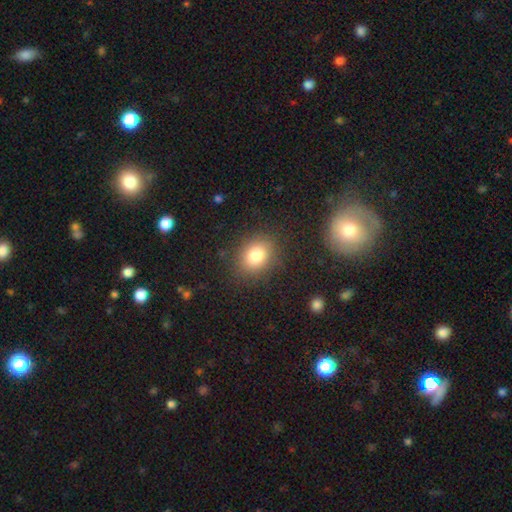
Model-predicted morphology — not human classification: smooth 81%, star or artifact 11%, featured or disk 8%. Down the decision tree: how rounded — round (50%); merging — none (85%).